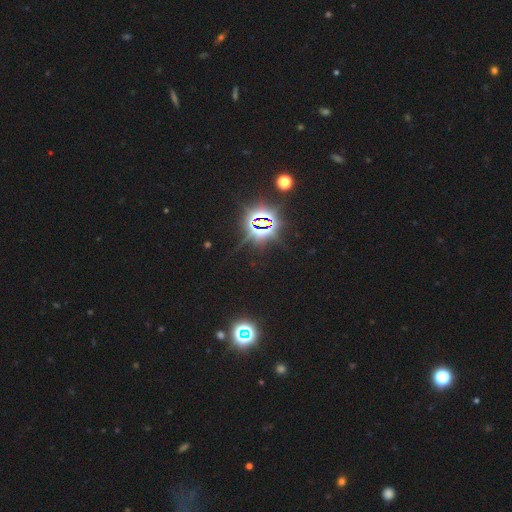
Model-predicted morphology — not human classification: This is clearly a star or artifact rather than a galaxy (83%).